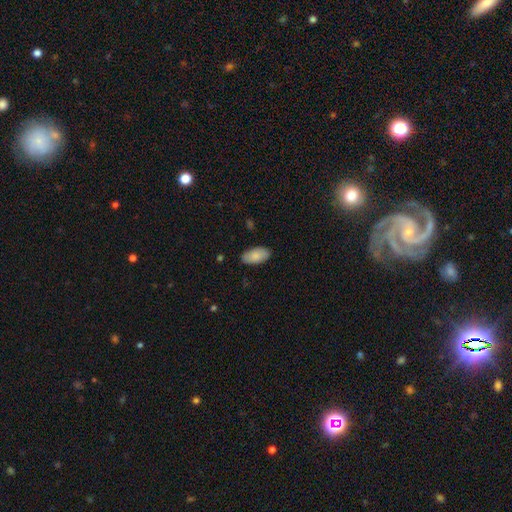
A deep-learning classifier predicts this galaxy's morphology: Smooth or featured?
  - smooth: 87% *
  - featured or disk: 8%
  - star or artifact: 6%
How rounded?
  - in between: 95% *
  - cigar-shaped: 3%
  - round: 2%
Merging?
  - none: 86% *
  - minor disturbance: 11%
  - major disturbance: 2%
  - merger: 1%